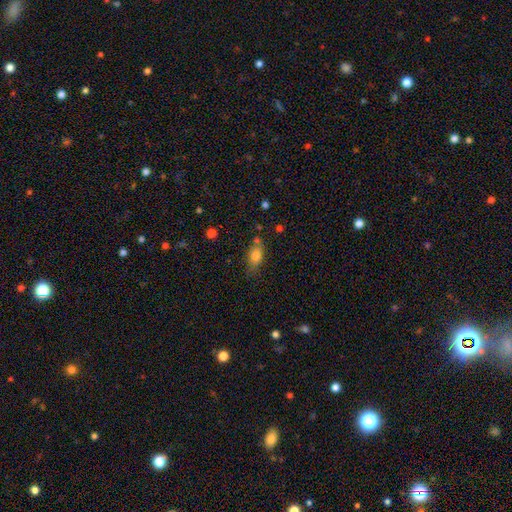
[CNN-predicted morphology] Smooth or featured? smooth (79%)
How rounded? in between (79%)
Merging? none (61%)